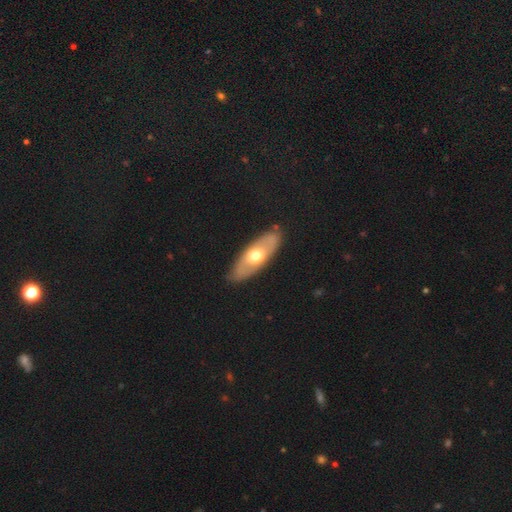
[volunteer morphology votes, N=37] This appears to be a featured or disk galaxy (57%) with no bar (93%), no spiral arms (87%) and a moderate central bulge (80%). Merging: none (94%).